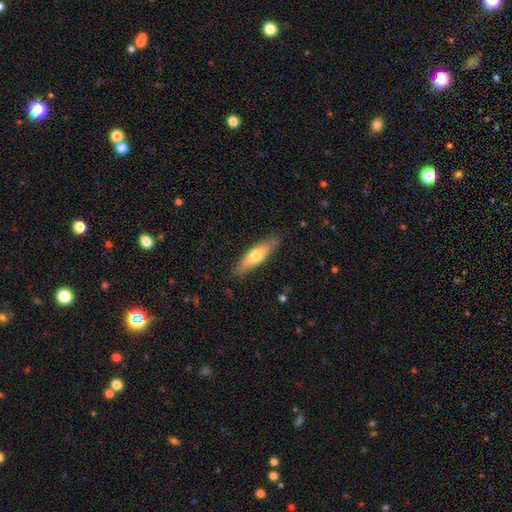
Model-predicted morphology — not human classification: Smooth or featured?
  - smooth: 61% *
  - featured or disk: 33%
  - star or artifact: 6%
How rounded?
  - cigar-shaped: 63% *
  - in between: 35%
  - round: 2%
Merging?
  - none: 81% *
  - minor disturbance: 15%
  - major disturbance: 3%
  - merger: 2%